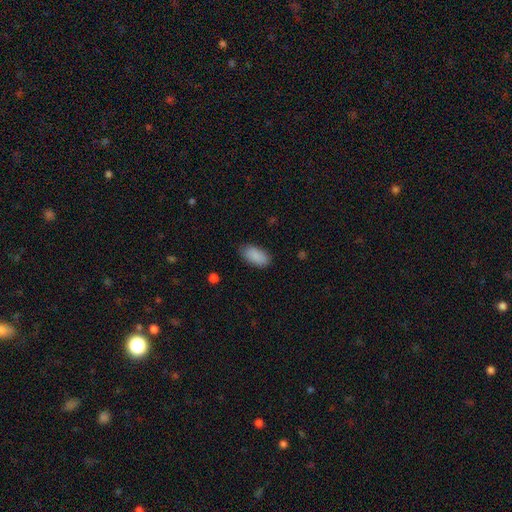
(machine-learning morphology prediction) Smooth or featured?
  - smooth: 90% *
  - star or artifact: 7%
  - featured or disk: 4%
How rounded?
  - in between: 93% *
  - cigar-shaped: 4%
  - round: 3%
Merging?
  - none: 83% *
  - minor disturbance: 13%
  - major disturbance: 3%
  - merger: 1%